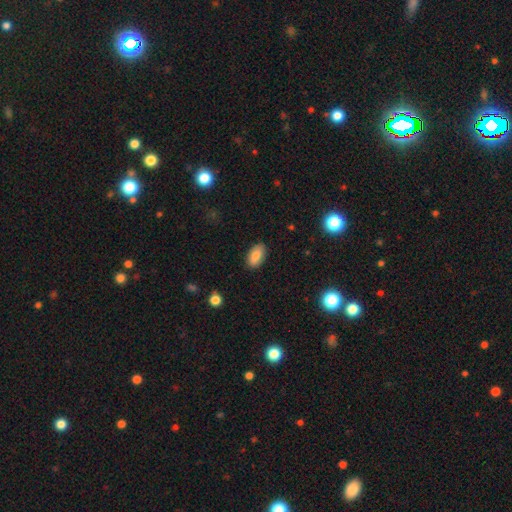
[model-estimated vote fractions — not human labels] The model was most divided on "smooth or featured": smooth: 81%, featured or disk: 12%, star or artifact: 8%. More confident: how rounded — in between (93%); merging — none (87%).